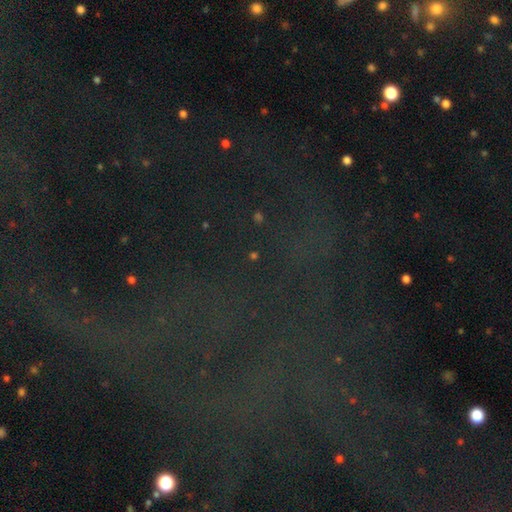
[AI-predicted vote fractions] Smooth or featured?
  - star or artifact: 77% *
  - featured or disk: 12%
  - smooth: 11%